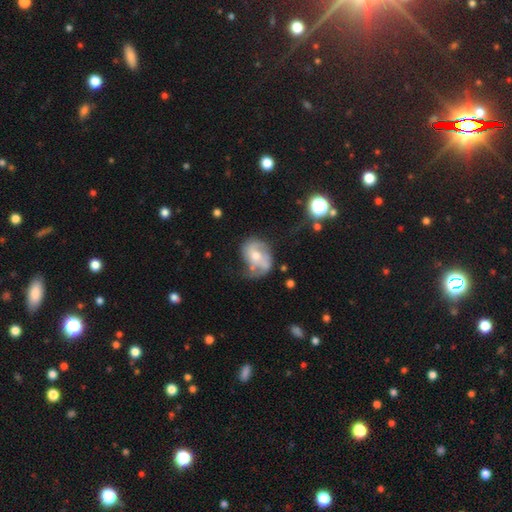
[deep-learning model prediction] The model was most divided on "merging": none: 43%, minor disturbance: 30%, major disturbance: 22%, merger: 5%. More confident: edge-on disk — no (96%); spiral arms — yes (73%); smooth or featured — featured or disk (62%); bulge size — moderate (59%); bar — no (57%).